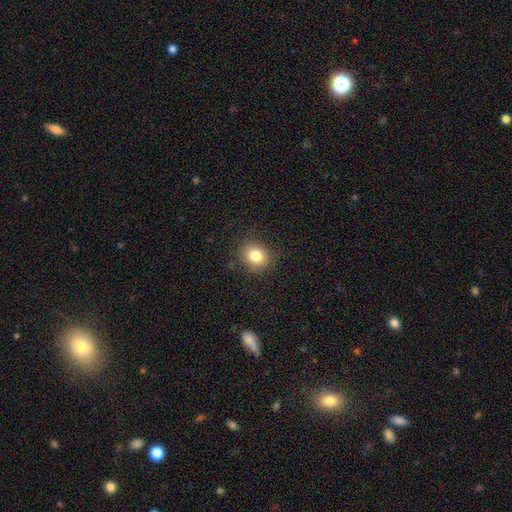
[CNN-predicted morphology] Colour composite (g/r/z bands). It shows a smooth galaxy with no disk features (82%) that is round (69%). Merging: none (86%).